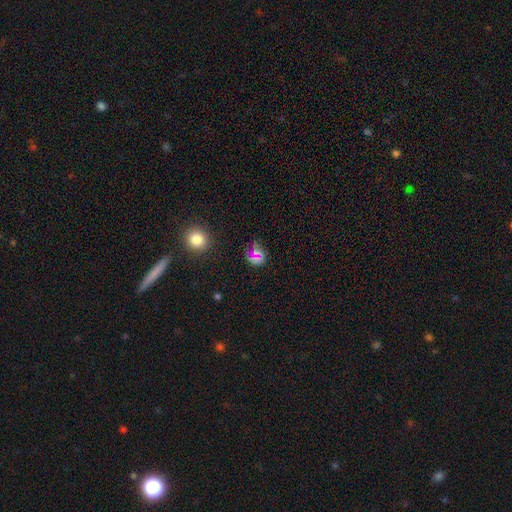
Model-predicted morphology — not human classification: Smooth or featured: smooth — 46% (star or artifact — 41%)
Merging: none — 78% (minor disturbance — 11%)